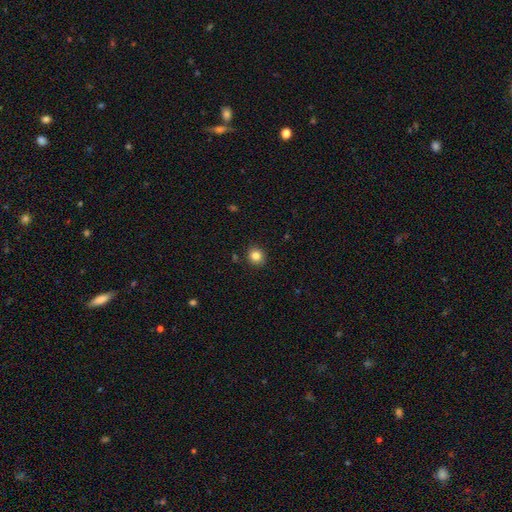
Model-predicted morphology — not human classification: A smooth galaxy with no disk features (83%) that is round (85%). Merging: none (90%).